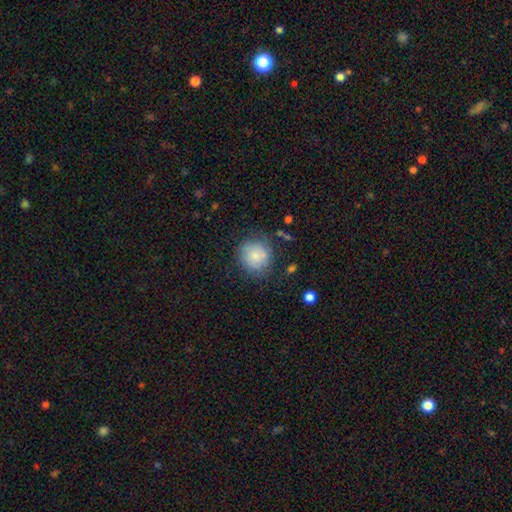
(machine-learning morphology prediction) Q: Smooth or featured?
A: smooth (80%); runner-up: featured or disk (12%)
Q: How rounded?
A: round (87%); runner-up: in between (12%)
Q: Merging?
A: none (70%); runner-up: minor disturbance (19%)